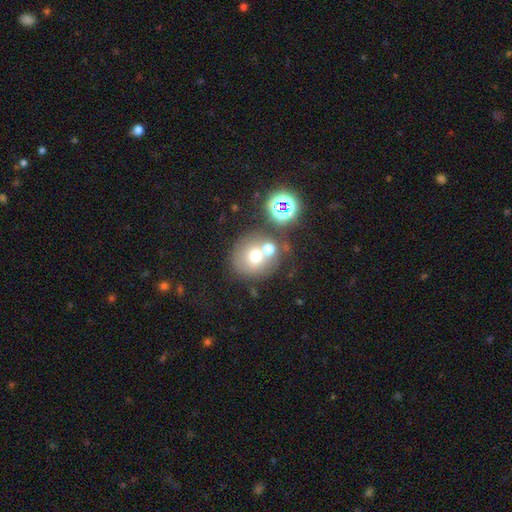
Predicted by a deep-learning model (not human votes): Smooth or featured? smooth (63%)
How rounded? round (86%)
Merging? none (49%)